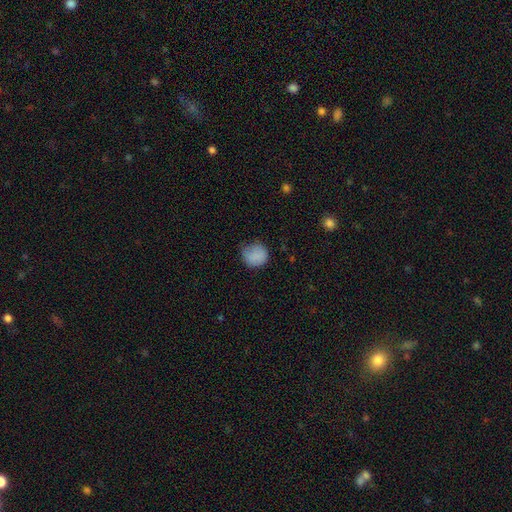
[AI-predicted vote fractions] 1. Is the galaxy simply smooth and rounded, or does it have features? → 84% smooth, 9% star or artifact, 7% featured or disk.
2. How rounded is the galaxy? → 85% round, 14% in between, 1% cigar-shaped.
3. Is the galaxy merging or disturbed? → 61% none, 29% minor disturbance, 9% major disturbance, 1% merger.